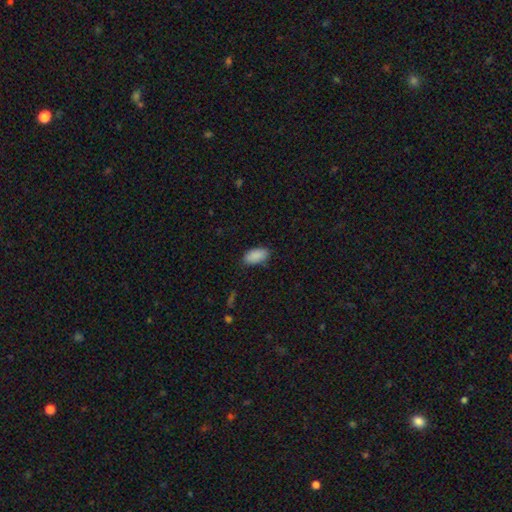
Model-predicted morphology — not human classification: The model was most divided on "merging": none: 85%, minor disturbance: 12%, major disturbance: 3%, merger: 1%. More confident: how rounded — in between (94%); smooth or featured — smooth (90%).